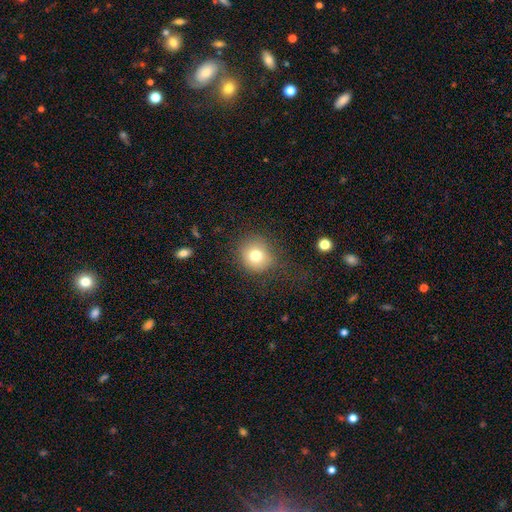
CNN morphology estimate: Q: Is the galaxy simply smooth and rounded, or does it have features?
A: smooth — 76%.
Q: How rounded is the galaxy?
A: round — 87%.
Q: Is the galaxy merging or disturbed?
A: none — 76%.